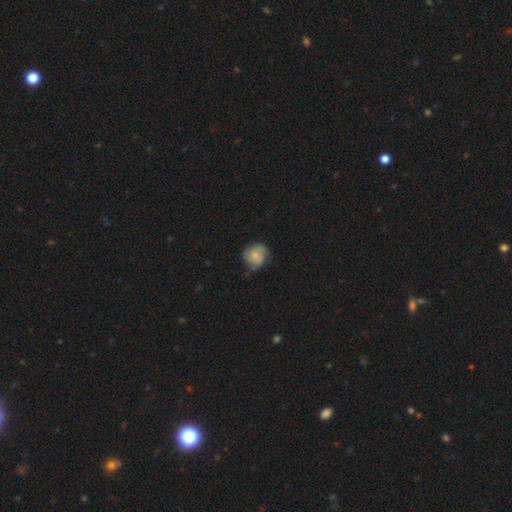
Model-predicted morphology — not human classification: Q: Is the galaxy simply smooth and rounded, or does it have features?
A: smooth — 53%.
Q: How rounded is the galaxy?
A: round — 81%.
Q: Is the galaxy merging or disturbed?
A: none — 61%.